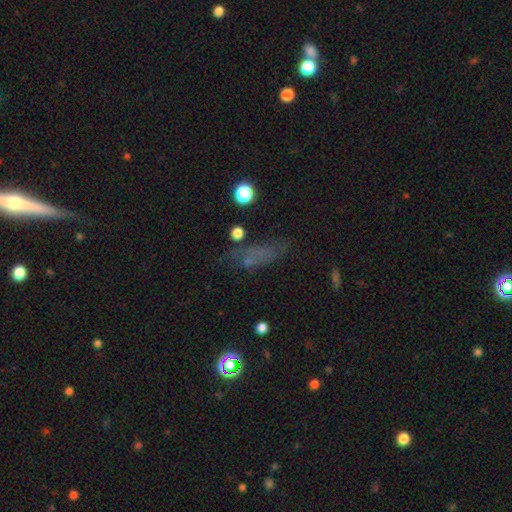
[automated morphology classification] This appears to be a smooth galaxy with no disk features (52%) that is in between round and cigar-shaped (57%). Merging: none (55%).